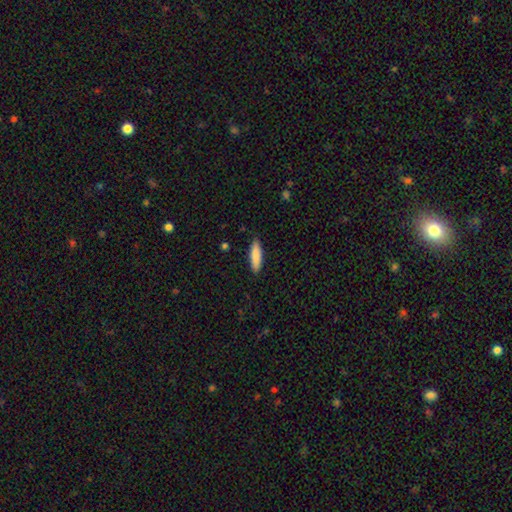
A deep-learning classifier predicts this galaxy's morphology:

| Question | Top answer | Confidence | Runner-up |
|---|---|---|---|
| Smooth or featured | smooth | 87% | featured or disk (8%) |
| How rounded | cigar-shaped | 65% | in between (34%) |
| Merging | none | 87% | minor disturbance (10%) |